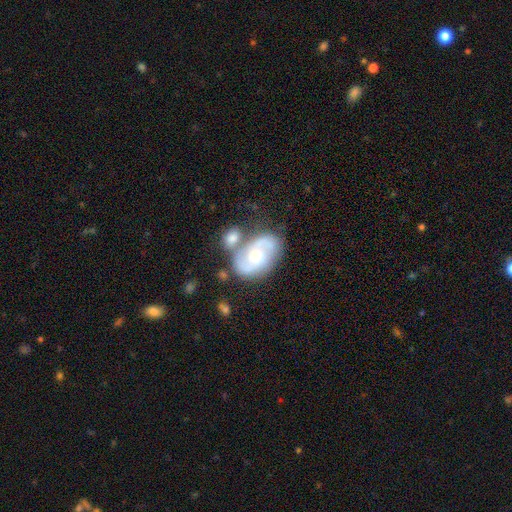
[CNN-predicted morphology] smooth-or-featured: featured or disk: 78% | smooth: 16% | star or artifact: 6%
  disk-edge-on: no: 97% | yes: 3%
    bar: no: 63% | weak: 30% | strong: 6%
    has-spiral-arms: yes: 91% | no: 9%
      spiral-winding: medium: 51% | tight: 28% | loose: 20%
      spiral-arm-count: 2: 85% | can't tell: 8% | 3: 3% | 1: 2% | 4: 1% | more than 4: 1%
    bulge-size: moderate: 61% | small: 33% | large: 4% | none: 2% | dominant: 1%
  merging: none: 46% | merger: 30% | minor disturbance: 17% | major disturbance: 7%